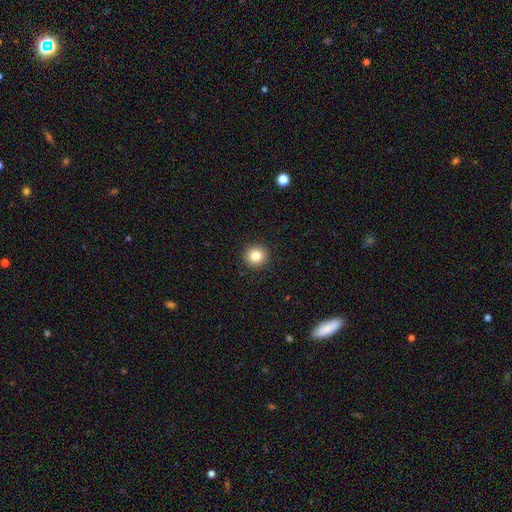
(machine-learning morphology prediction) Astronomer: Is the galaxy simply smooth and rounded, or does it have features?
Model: smooth — 83%.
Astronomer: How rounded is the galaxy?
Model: round — 94%.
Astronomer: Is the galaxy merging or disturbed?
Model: none — 92%.